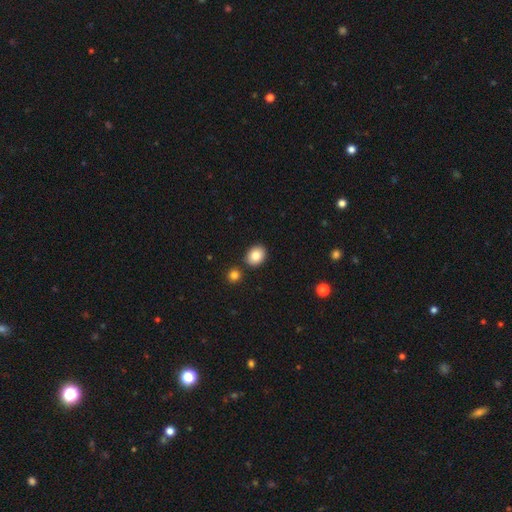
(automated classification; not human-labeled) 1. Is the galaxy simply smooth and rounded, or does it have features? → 84% smooth, 9% star or artifact, 7% featured or disk.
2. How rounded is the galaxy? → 52% in between, 47% round, 1% cigar-shaped.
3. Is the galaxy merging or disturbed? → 83% none, 8% minor disturbance, 7% merger, 2% major disturbance.